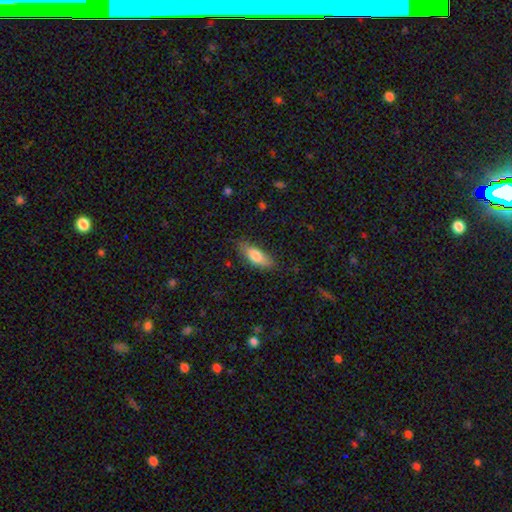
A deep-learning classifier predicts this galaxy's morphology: A smooth galaxy with no disk features (78%) that is in between round and cigar-shaped (71%).

Vote fractions:
- Smooth or featured? smooth: 78% / featured or disk: 16% / star or artifact: 6%
- How rounded? in between: 71% / cigar-shaped: 27% / round: 2%
- Merging? none: 77% / minor disturbance: 18% / major disturbance: 4% / merger: 1%